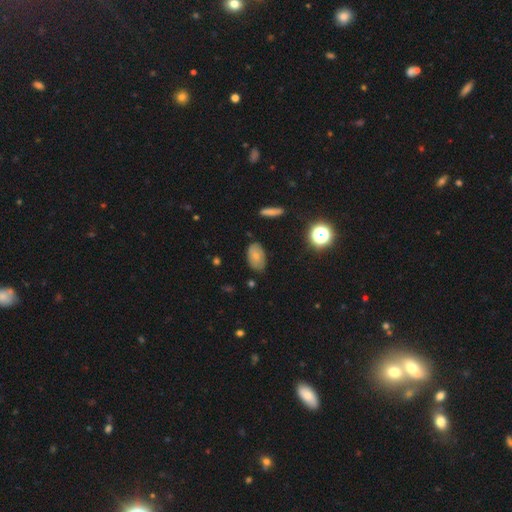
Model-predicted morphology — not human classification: Q: Smooth or featured?
A: smooth (64%); runner-up: featured or disk (25%)
Q: How rounded?
A: in between (89%); runner-up: round (9%)
Q: Merging?
A: none (74%); runner-up: minor disturbance (20%)